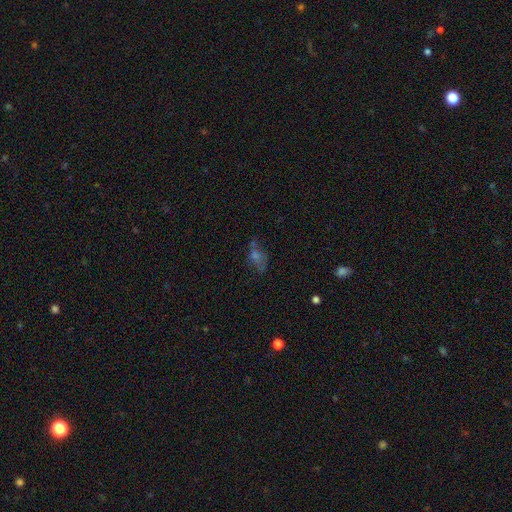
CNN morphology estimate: This appears to be a smooth galaxy with no disk features (37%). Merging: none (54%).